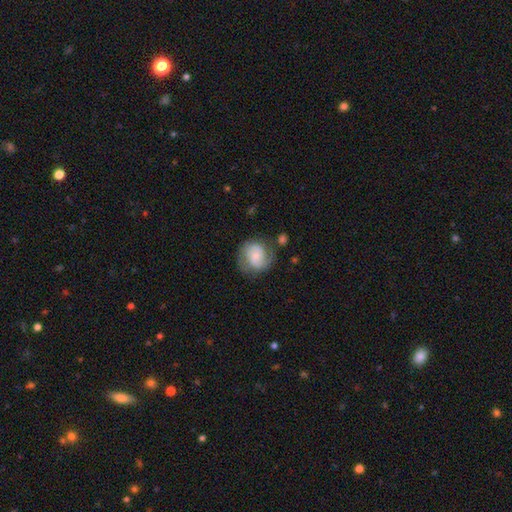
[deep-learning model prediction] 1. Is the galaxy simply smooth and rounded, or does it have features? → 57% featured or disk, 36% smooth, 7% star or artifact.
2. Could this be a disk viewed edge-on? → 98% no, 2% yes.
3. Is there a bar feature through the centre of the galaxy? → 63% no, 31% weak, 6% strong.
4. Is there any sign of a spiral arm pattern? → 87% yes, 13% no.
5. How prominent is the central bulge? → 58% small, 29% moderate, 7% none, 4% large, 2% dominant.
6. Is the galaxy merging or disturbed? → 62% none, 23% minor disturbance, 12% major disturbance, 4% merger.